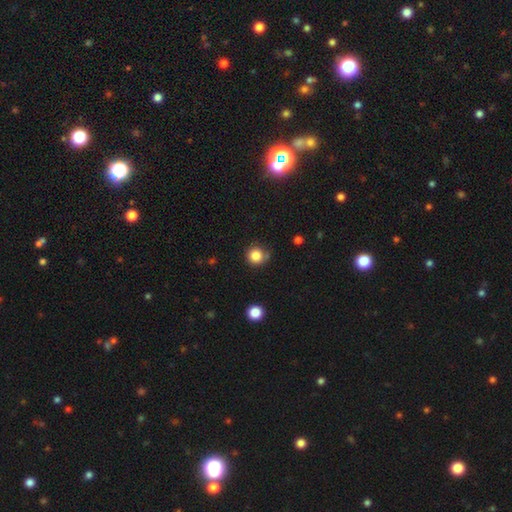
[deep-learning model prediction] Smooth or featured?
  - smooth: 84% *
  - star or artifact: 11%
  - featured or disk: 5%
How rounded?
  - round: 93% *
  - in between: 6%
  - cigar-shaped: 1%
Merging?
  - none: 74% *
  - minor disturbance: 16%
  - merger: 5%
  - major disturbance: 5%